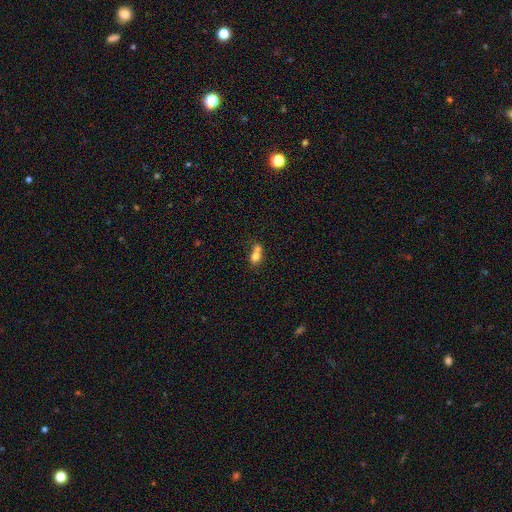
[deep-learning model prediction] smooth 75%, featured or disk 15%, star or artifact 11%. Down the decision tree: how rounded — round (50%); merging — merger (63%).